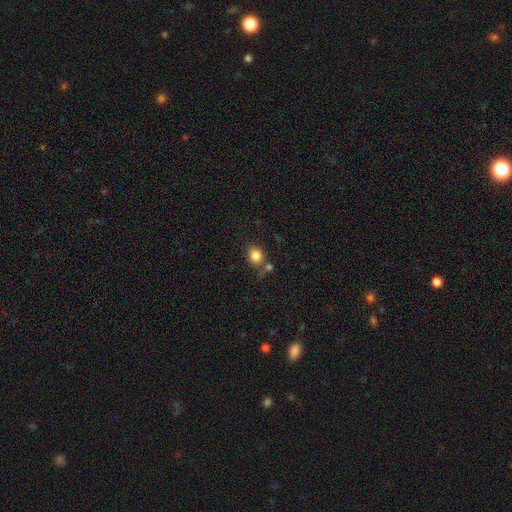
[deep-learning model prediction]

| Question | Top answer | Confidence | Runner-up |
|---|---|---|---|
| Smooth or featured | smooth | 83% | star or artifact (10%) |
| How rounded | round | 77% | in between (22%) |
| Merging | none | 63% | merger (18%) |